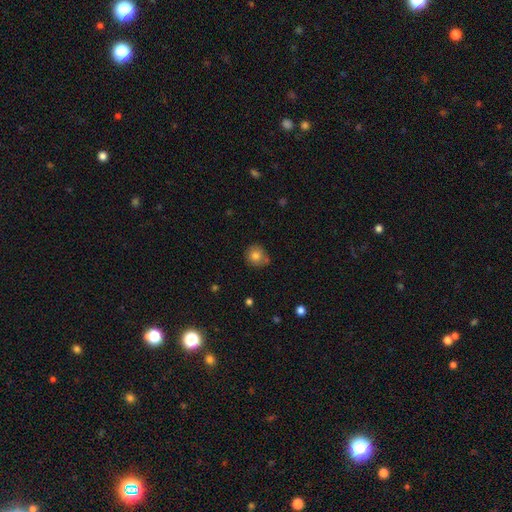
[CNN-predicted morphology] This is likely a smooth galaxy (80%). How rounded: clearly round (87%). Merging: likely none (70%).